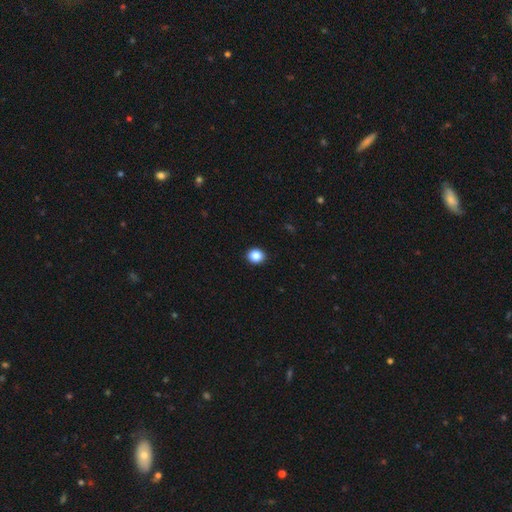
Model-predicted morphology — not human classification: Smooth or featured: smooth — 87% (star or artifact — 10%)
How rounded: round — 78% (in between — 21%)
Merging: none — 93% (minor disturbance — 5%)